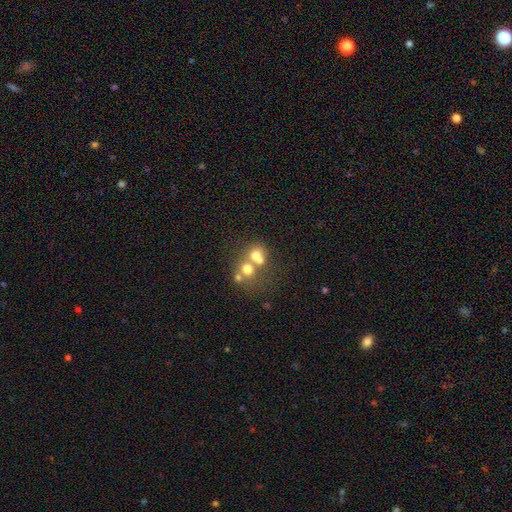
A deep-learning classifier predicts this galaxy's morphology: The model was most divided on "merging": merger: 59%, none: 30%, minor disturbance: 6%, major disturbance: 5%. More confident: how rounded — round (73%); smooth or featured — smooth (61%).